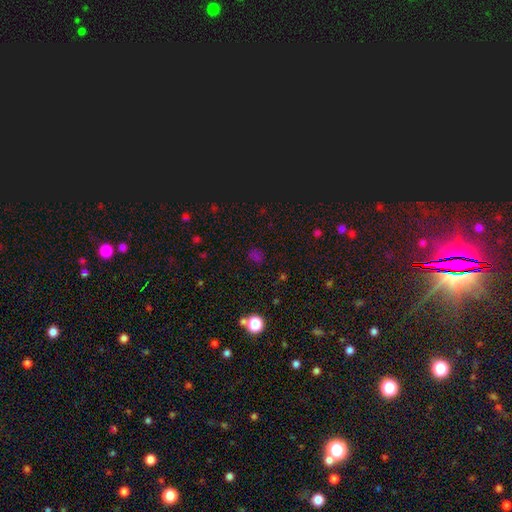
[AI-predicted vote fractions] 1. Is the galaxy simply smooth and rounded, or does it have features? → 55% smooth, 39% star or artifact, 6% featured or disk.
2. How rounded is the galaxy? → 52% round, 46% in between, 2% cigar-shaped.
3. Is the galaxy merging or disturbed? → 76% none, 14% minor disturbance, 6% major disturbance, 4% merger.